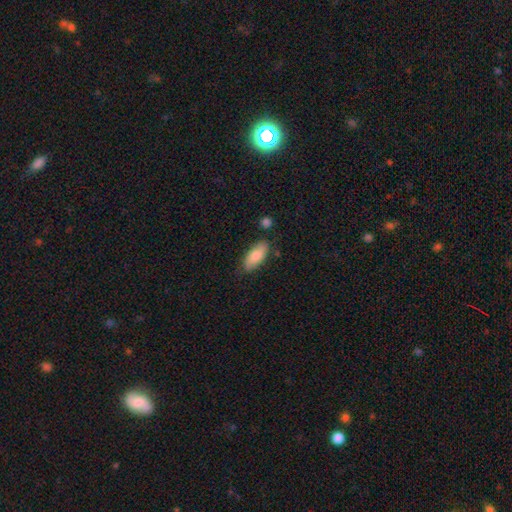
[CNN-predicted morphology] Smooth or featured? smooth (82%)
How rounded? in between (82%)
Merging? none (77%)